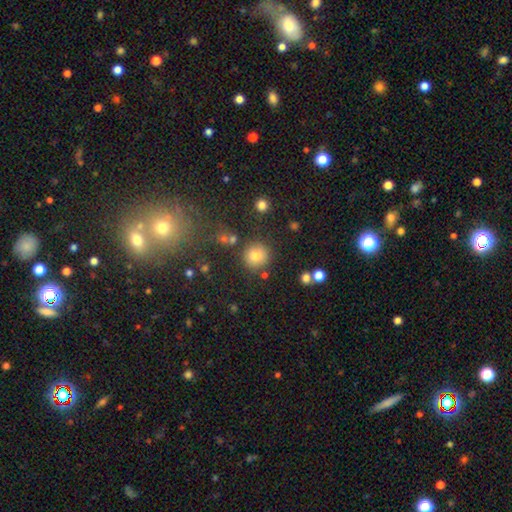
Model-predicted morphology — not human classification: Smooth or featured: smooth — 78% (star or artifact — 14%)
How rounded: round — 93% (in between — 6%)
Merging: none — 83% (minor disturbance — 8%)